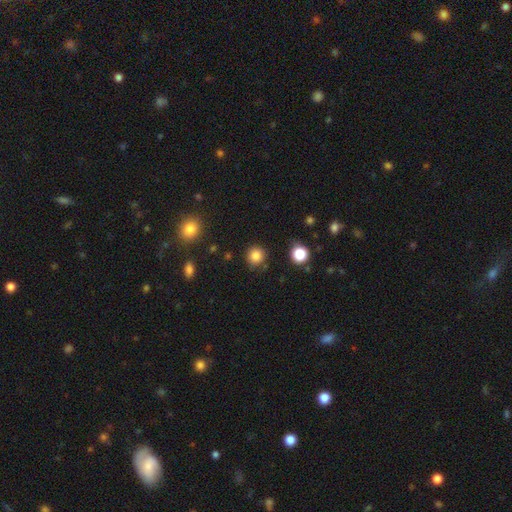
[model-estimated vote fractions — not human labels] smooth_or_featured: smooth (p=0.83) [alt: star or artifact p=0.12]
how_rounded: round (p=0.90) [alt: in between p=0.09]
merging: none (p=0.84) [alt: minor disturbance p=0.10]